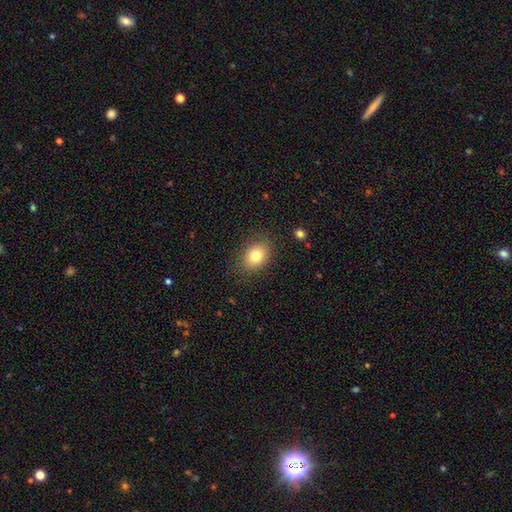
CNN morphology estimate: smooth-or-featured: smooth: 80% | featured or disk: 10% | star or artifact: 10%
  how-rounded: in between: 64% | round: 35% | cigar-shaped: 1%
  merging: none: 84% | minor disturbance: 11% | major disturbance: 4% | merger: 1%